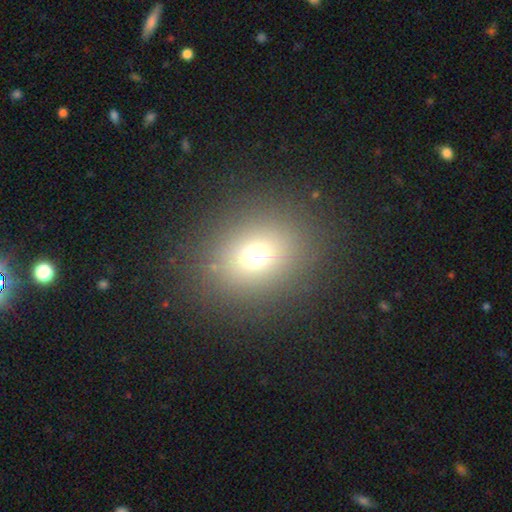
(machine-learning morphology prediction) This is likely a smooth galaxy (71%). How rounded: possibly round (59%). Merging: clearly none (88%).